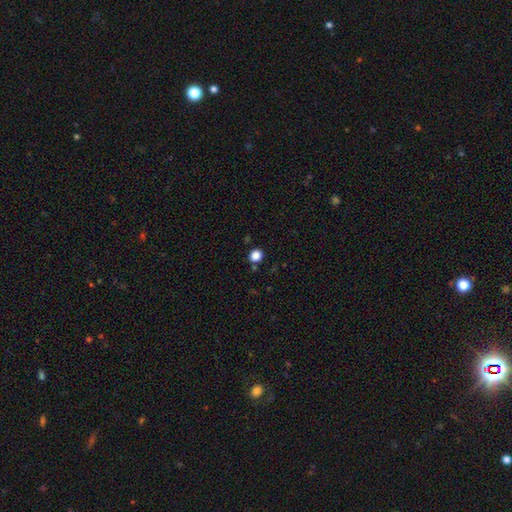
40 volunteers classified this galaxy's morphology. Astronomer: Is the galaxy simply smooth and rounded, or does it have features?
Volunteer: smooth — 88%.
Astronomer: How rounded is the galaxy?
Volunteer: round — 86%.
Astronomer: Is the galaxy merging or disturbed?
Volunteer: none — 83%.